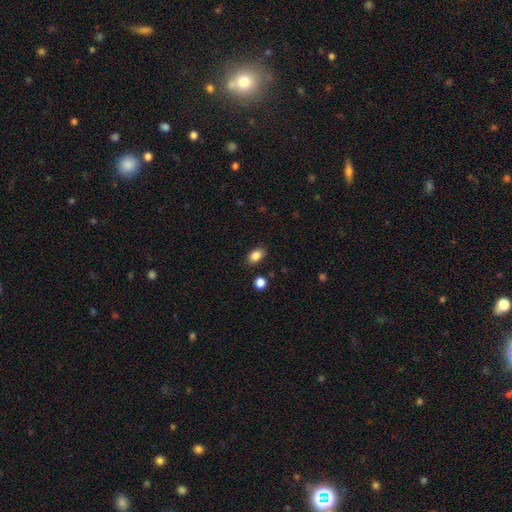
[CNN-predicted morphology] Q: Smooth or featured?
A: smooth (86%); runner-up: star or artifact (9%)
Q: How rounded?
A: in between (81%); runner-up: round (18%)
Q: Merging?
A: none (83%); runner-up: minor disturbance (11%)